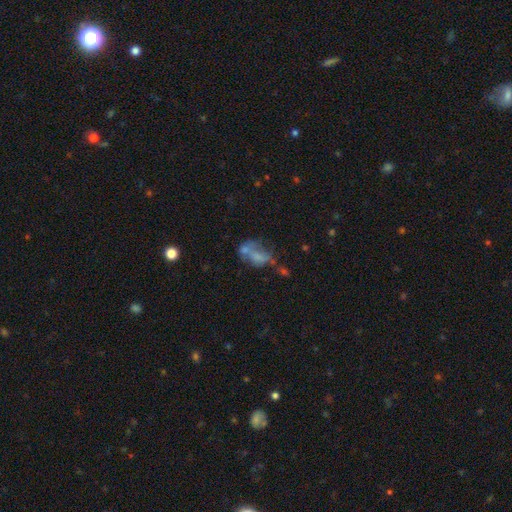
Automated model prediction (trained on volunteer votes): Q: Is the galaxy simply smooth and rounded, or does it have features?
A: smooth — 41%.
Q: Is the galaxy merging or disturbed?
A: merger — 42%.